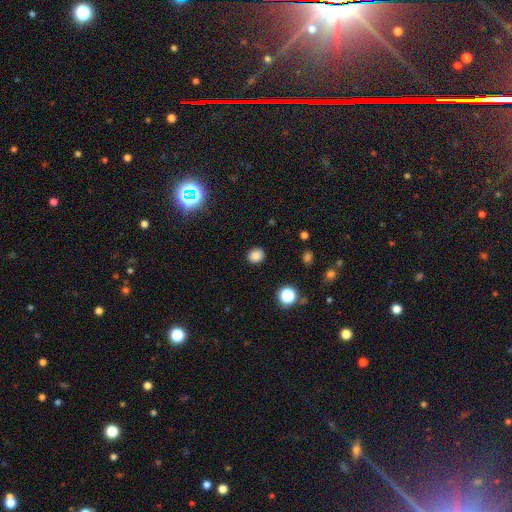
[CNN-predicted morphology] Q: Smooth or featured?
A: smooth (84%); runner-up: star or artifact (12%)
Q: How rounded?
A: round (73%); runner-up: in between (26%)
Q: Merging?
A: none (89%); runner-up: minor disturbance (7%)